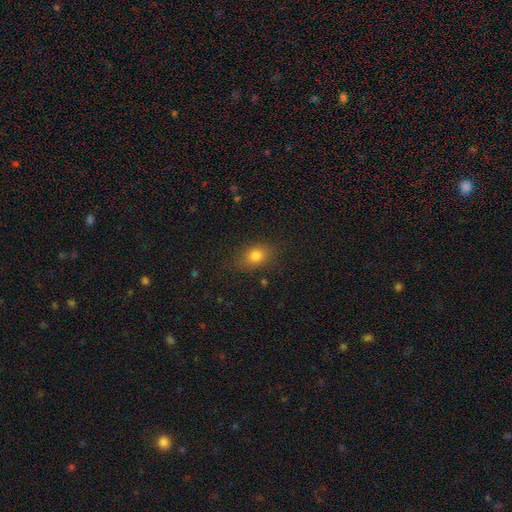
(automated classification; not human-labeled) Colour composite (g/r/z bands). It shows a smooth galaxy with no disk features (79%) that is in between round and cigar-shaped (65%). Merging: none (79%).